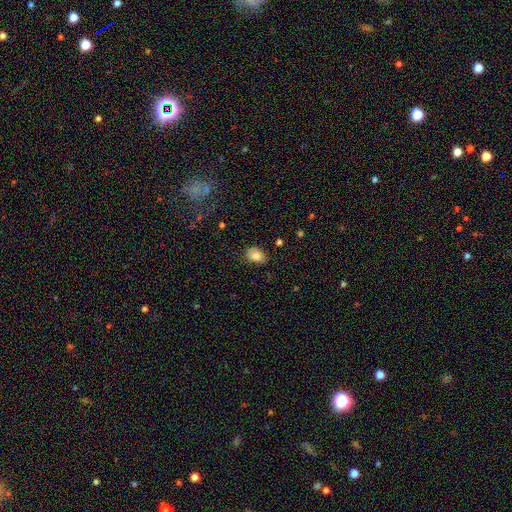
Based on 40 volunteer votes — A smooth galaxy with no disk features (82%) that is in between round and cigar-shaped (85%).

Vote fractions:
- Smooth or featured? smooth: 82% / featured or disk: 12% / star or artifact: 5%
- How rounded? in between: 85% / round: 15% / cigar-shaped: 0%
- Merging? none: 74% / minor disturbance: 26% / major disturbance: 0% / merger: 0%